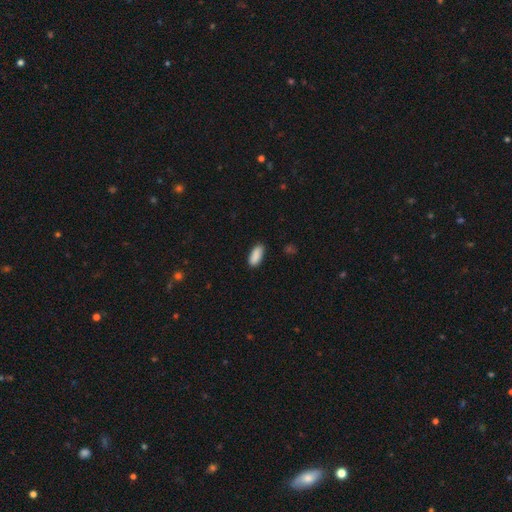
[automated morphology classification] Smooth or featured? Predicted: smooth (p=0.90). How rounded? Predicted: in between (p=0.83). Merging? Predicted: none (p=0.85).